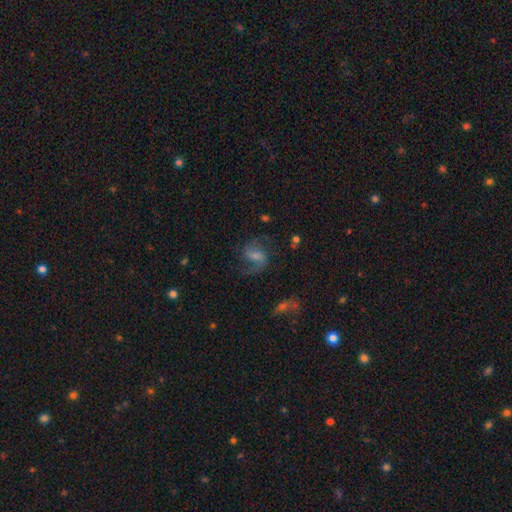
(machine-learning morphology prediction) Smooth or featured? Predicted: featured or disk (p=0.73). Edge-on disk? Predicted: no (p=0.97). Bar? Predicted: weak (p=0.51). Spiral arms? Predicted: yes (p=0.93). Spiral winding? Predicted: medium (p=0.51). Spiral arm count? Predicted: 2 (p=0.86). Bulge size? Predicted: moderate (p=0.30). Merging? Predicted: none (p=0.66).